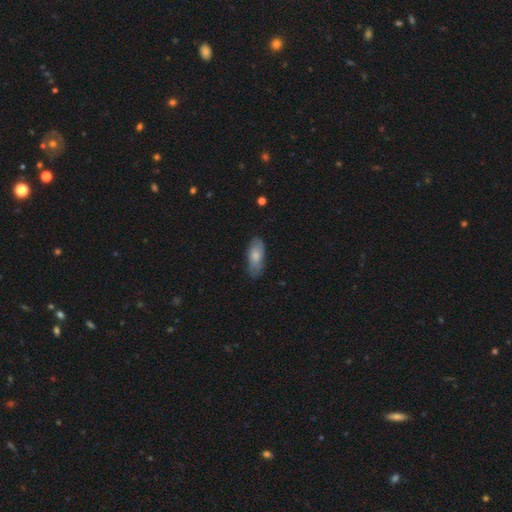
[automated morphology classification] type=smooth (72%); roundness=in between (86%); merging=none (71%).